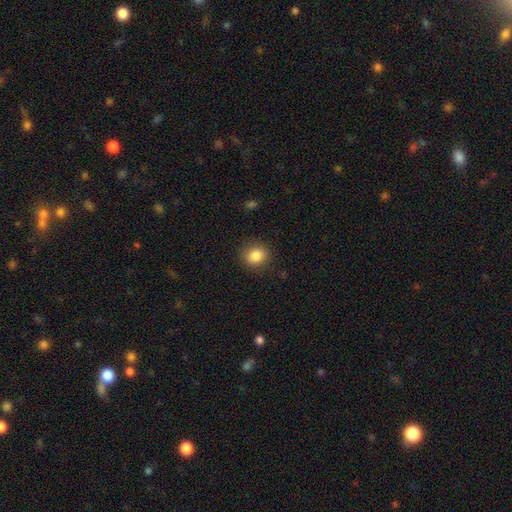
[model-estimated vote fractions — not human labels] This is clearly a smooth galaxy (85%). How rounded: likely round (76%). Merging: clearly none (89%).